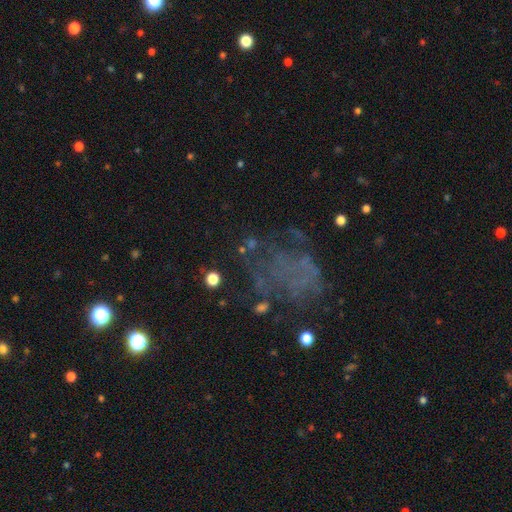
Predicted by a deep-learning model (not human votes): Smooth or featured? Predicted: featured or disk (p=0.45). Merging? Predicted: none (p=0.43).